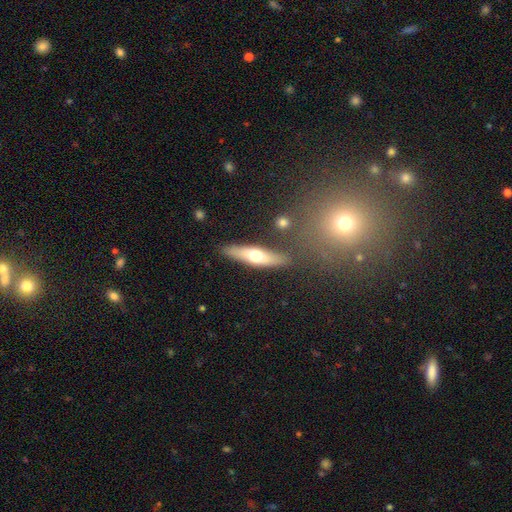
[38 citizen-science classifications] smooth-or-featured: featured or disk: 55% | smooth: 42% | star or artifact: 3%
  disk-edge-on: yes: 86% | no: 14%
    edge-on-bulge: rounded: 94% | none: 6% | boxy: 0%
  merging: none: 89% | major disturbance: 8% | minor disturbance: 3% | merger: 0%